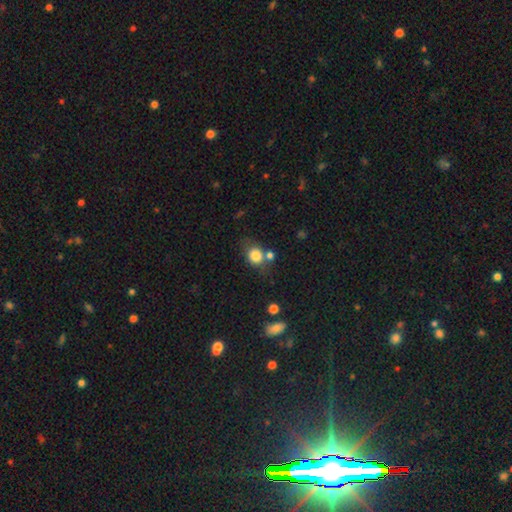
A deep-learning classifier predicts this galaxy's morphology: Q: Smooth or featured?
A: smooth (81%); runner-up: star or artifact (10%)
Q: How rounded?
A: round (65%); runner-up: in between (34%)
Q: Merging?
A: none (60%); runner-up: merger (18%)